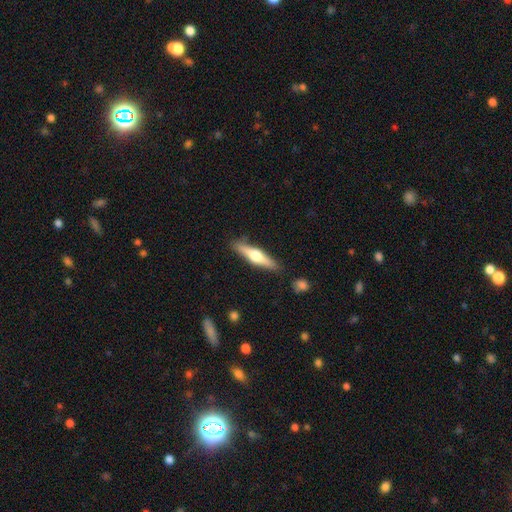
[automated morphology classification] featured or disk 57%, smooth 38%, star or artifact 5%. Down the decision tree: edge-on disk — yes (96%); edge-on bulge — rounded (94%); merging — none (86%).